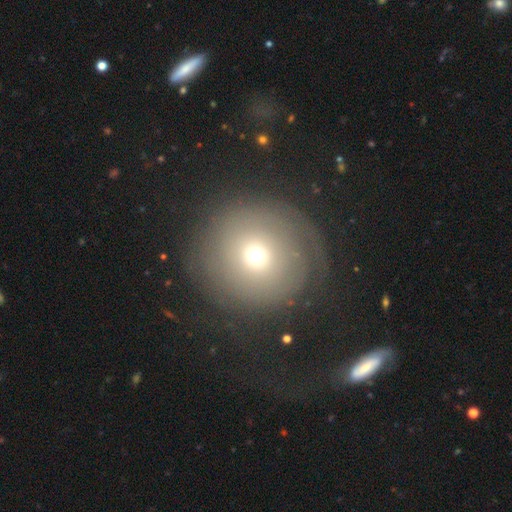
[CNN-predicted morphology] A smooth galaxy with no disk features (56%) that is round (93%).

Vote fractions:
- Smooth or featured? smooth: 56% / featured or disk: 29% / star or artifact: 14%
- How rounded? round: 93% / in between: 6% / cigar-shaped: 1%
- Merging? none: 73% / minor disturbance: 12% / major disturbance: 11% / merger: 3%